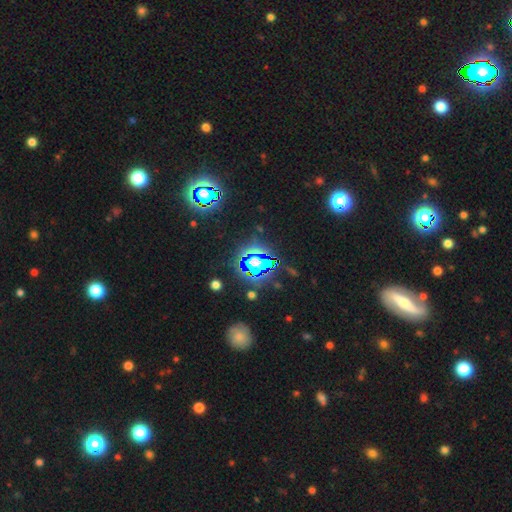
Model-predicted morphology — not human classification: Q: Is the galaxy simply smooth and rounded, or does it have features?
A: star or artifact — 72%.